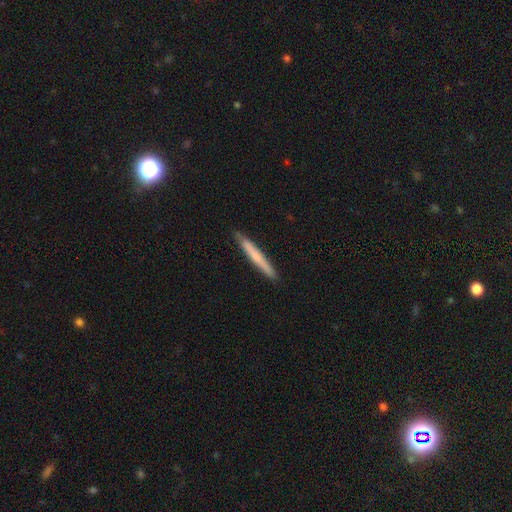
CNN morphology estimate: A smooth galaxy with no disk features (57%) that is cigar-shaped (96%). Merging: none (89%).